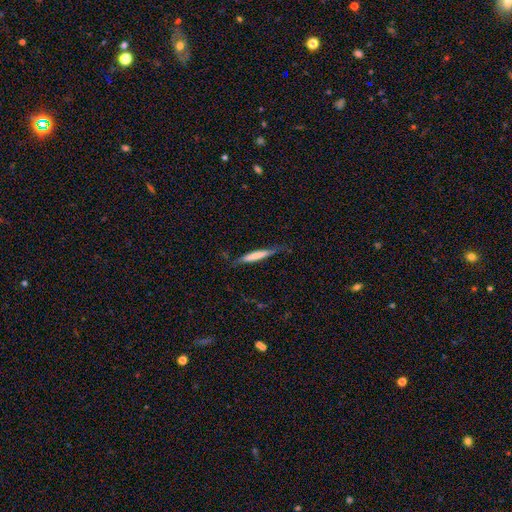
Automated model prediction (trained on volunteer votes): This is likely a smooth galaxy (60%). How rounded: clearly cigar-shaped (93%). Merging: likely none (72%).